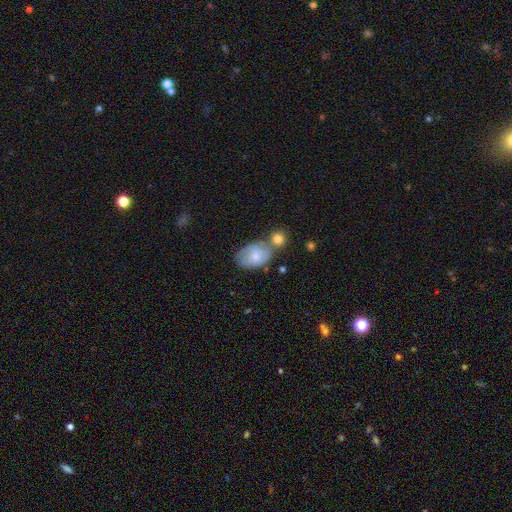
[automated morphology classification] Overall: smooth (57%; featured or disk 36%). How rounded: in between (84%). Merging: none (39%; merger 28%).